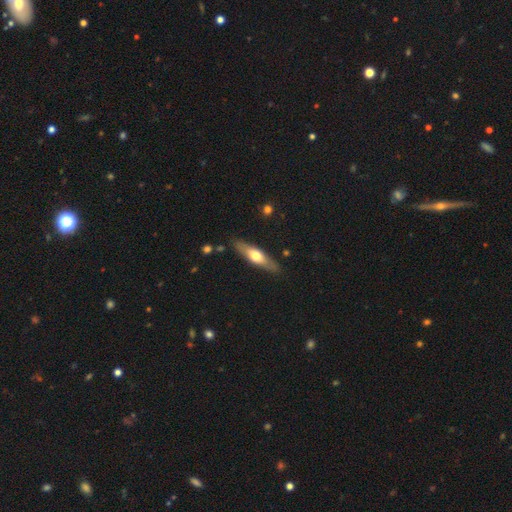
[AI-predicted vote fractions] Smooth or featured?
  - featured or disk: 50% *
  - smooth: 45%
  - star or artifact: 5%
Edge-on disk?
  - yes: 86% *
  - no: 14%
Merging?
  - none: 87% *
  - minor disturbance: 9%
  - major disturbance: 2%
  - merger: 2%